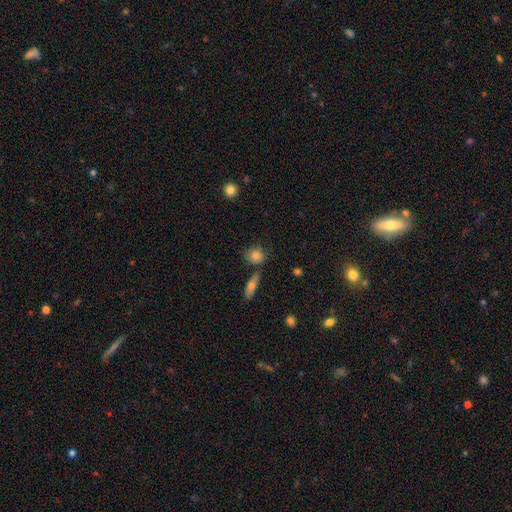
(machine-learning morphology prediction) Smooth or featured?
  - smooth: 82% *
  - featured or disk: 9%
  - star or artifact: 8%
How rounded?
  - round: 73% *
  - in between: 24%
  - cigar-shaped: 3%
Merging?
  - none: 71% *
  - minor disturbance: 14%
  - merger: 12%
  - major disturbance: 4%